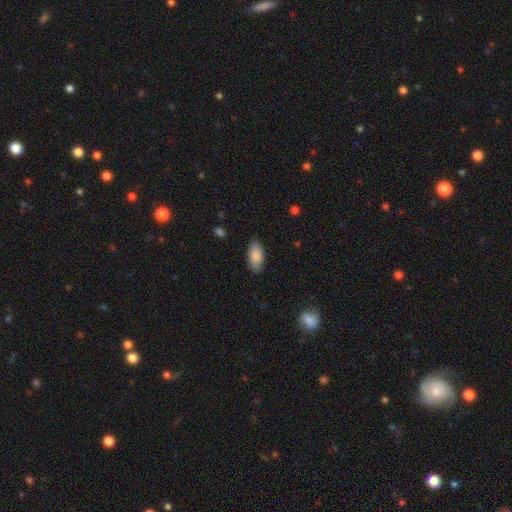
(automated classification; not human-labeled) A smooth galaxy with no disk features (87%) that is in between round and cigar-shaped (93%).

Vote fractions:
- Smooth or featured? smooth: 87% / featured or disk: 6% / star or artifact: 6%
- How rounded? in between: 93% / cigar-shaped: 5% / round: 2%
- Merging? none: 85% / minor disturbance: 11% / major disturbance: 3% / merger: 1%